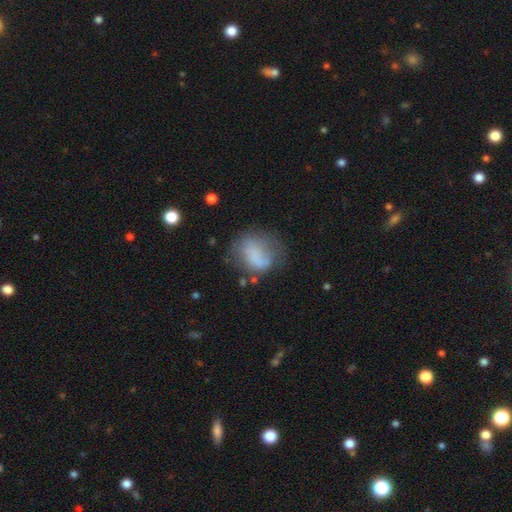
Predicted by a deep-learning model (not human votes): Smooth or featured: smooth — 65% (featured or disk — 25%)
How rounded: in between — 51% (round — 47%)
Merging: none — 42% (minor disturbance — 28%)